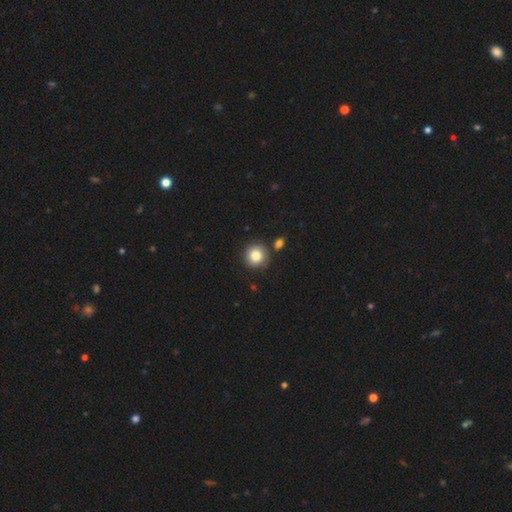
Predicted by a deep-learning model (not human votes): Overall: smooth (85%). How rounded: round (92%). Merging: none (81%).